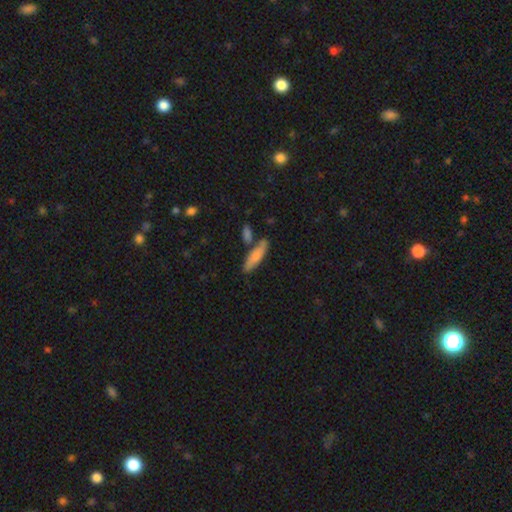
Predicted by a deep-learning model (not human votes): Morphology: type=smooth (74%); roundness=cigar-shaped (62%); merging=none (72%).